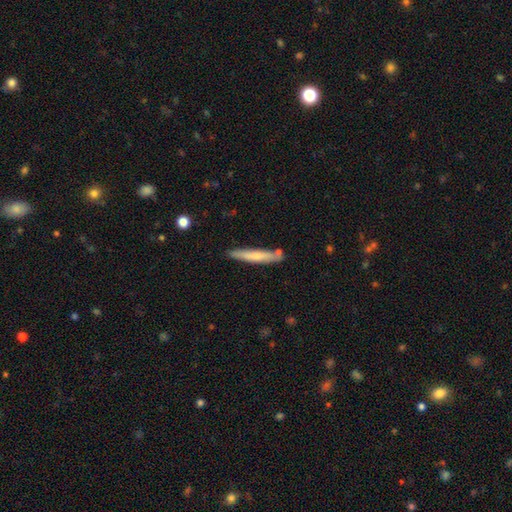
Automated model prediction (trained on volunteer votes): Morphology: type=smooth (63%); roundness=cigar-shaped (94%); merging=none (79%).